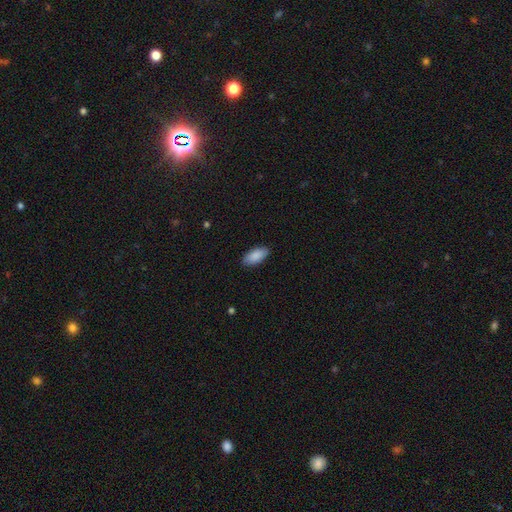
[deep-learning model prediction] Overall: smooth (89%). How rounded: in between (90%). Merging: none (88%).